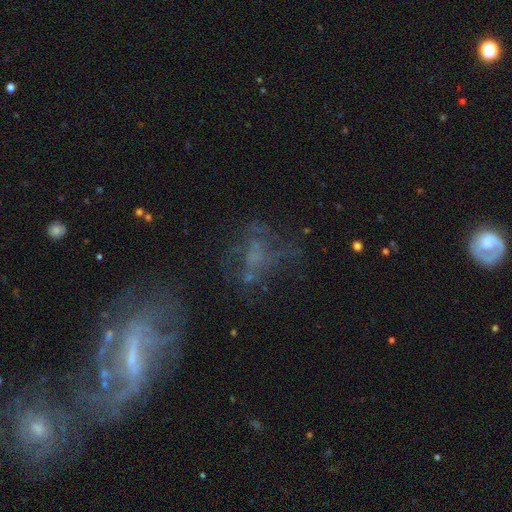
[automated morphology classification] A featured or disk galaxy (51%).

Vote fractions:
- Smooth or featured? featured or disk: 51% / star or artifact: 25% / smooth: 24%
- Edge-on disk? no: 96% / yes: 4%
- Merging? none: 44% / major disturbance: 32% / minor disturbance: 15% / merger: 8%